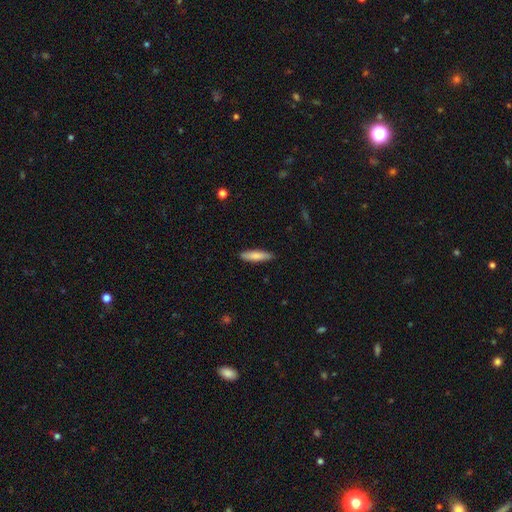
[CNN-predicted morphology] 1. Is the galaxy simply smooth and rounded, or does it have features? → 80% smooth, 15% featured or disk, 6% star or artifact.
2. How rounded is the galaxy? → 76% cigar-shaped, 23% in between, 1% round.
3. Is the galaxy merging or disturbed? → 88% none, 9% minor disturbance, 2% major disturbance, 1% merger.